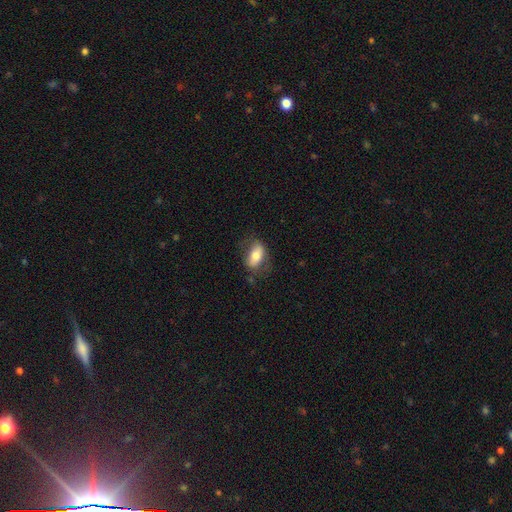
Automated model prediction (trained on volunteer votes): Q: Smooth or featured?
A: smooth (67%); runner-up: featured or disk (26%)
Q: How rounded?
A: in between (87%); runner-up: round (7%)
Q: Merging?
A: none (65%); runner-up: minor disturbance (23%)